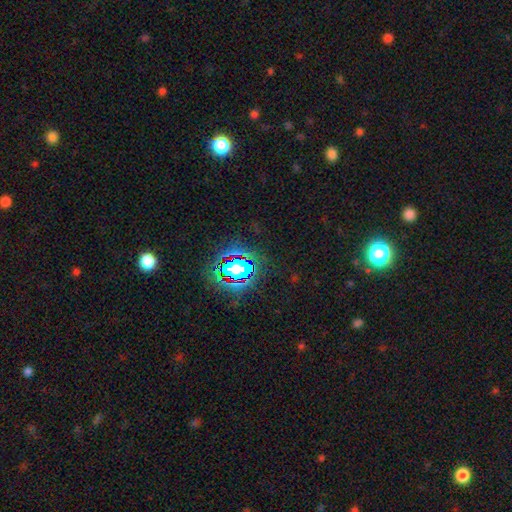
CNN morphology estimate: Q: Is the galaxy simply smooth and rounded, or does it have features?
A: star or artifact — 80%.